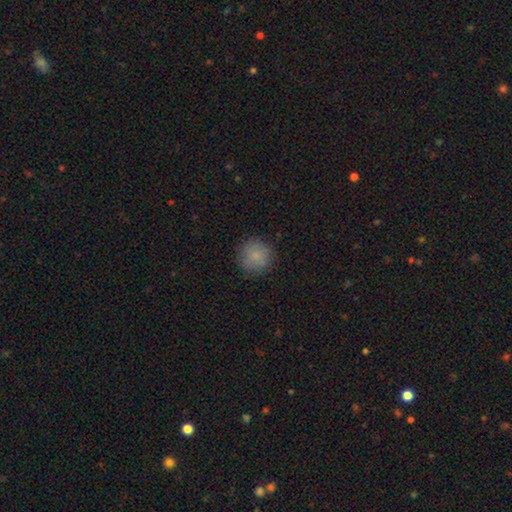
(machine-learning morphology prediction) smooth_or_featured: smooth (p=0.83) [alt: star or artifact p=0.10]
how_rounded: round (p=0.94) [alt: in between p=0.05]
merging: none (p=0.86) [alt: minor disturbance p=0.10]